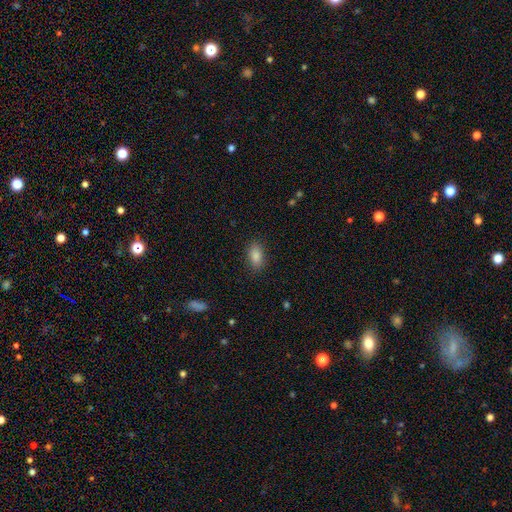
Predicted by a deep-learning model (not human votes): smooth-or-featured: smooth: 84% | star or artifact: 10% | featured or disk: 6%
  how-rounded: in between: 89% | round: 6% | cigar-shaped: 4%
  merging: none: 87% | minor disturbance: 9% | major disturbance: 3% | merger: 1%